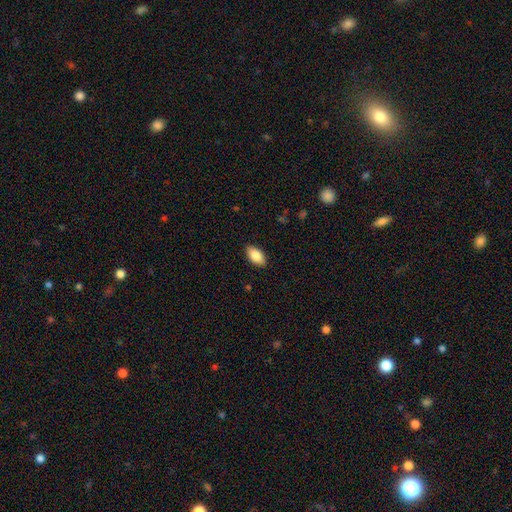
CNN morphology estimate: Smooth or featured?
  - smooth: 86% *
  - featured or disk: 7%
  - star or artifact: 7%
How rounded?
  - in between: 93% *
  - round: 4%
  - cigar-shaped: 3%
Merging?
  - none: 89% *
  - minor disturbance: 8%
  - major disturbance: 2%
  - merger: 1%